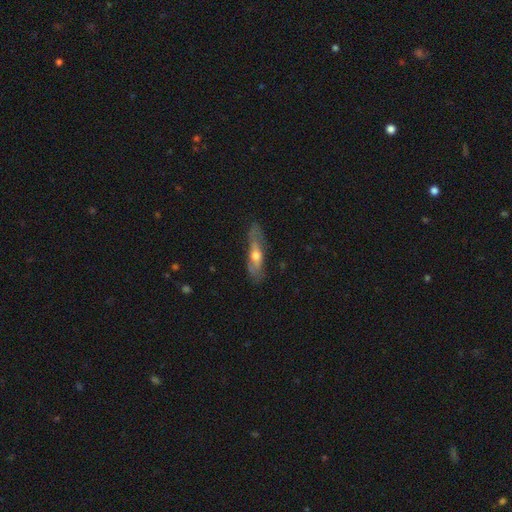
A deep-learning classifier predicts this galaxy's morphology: Smooth or featured: featured or disk — 53% (smooth — 41%)
Edge-on disk: yes — 57% (no — 43%)
Merging: none — 69% (minor disturbance — 22%)